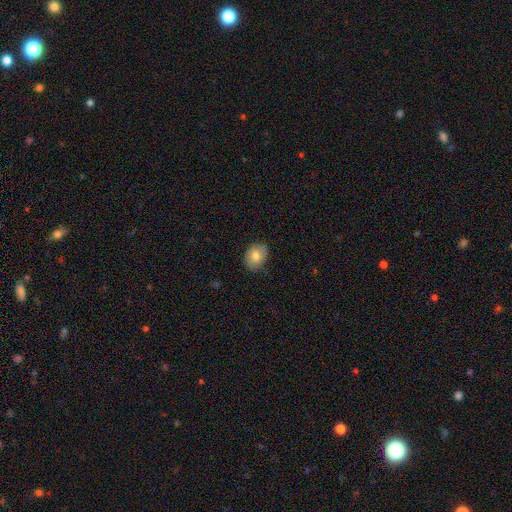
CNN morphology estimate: Smooth or featured? smooth (77%)
How rounded? in between (67%)
Merging? none (82%)